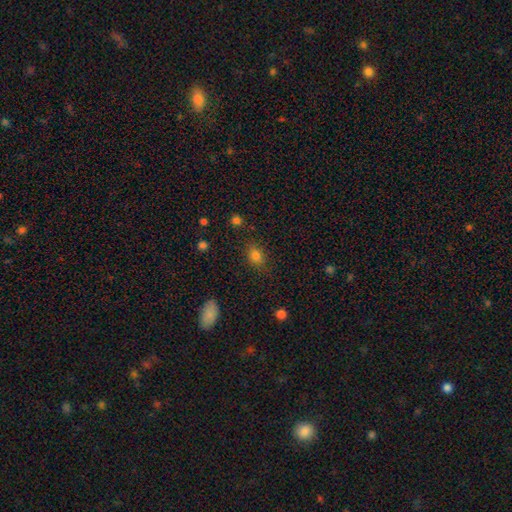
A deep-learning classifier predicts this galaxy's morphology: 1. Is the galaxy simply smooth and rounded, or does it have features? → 79% smooth, 14% star or artifact, 7% featured or disk.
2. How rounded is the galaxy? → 56% in between, 42% round, 2% cigar-shaped.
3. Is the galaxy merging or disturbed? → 82% none, 12% minor disturbance, 3% major disturbance, 2% merger.